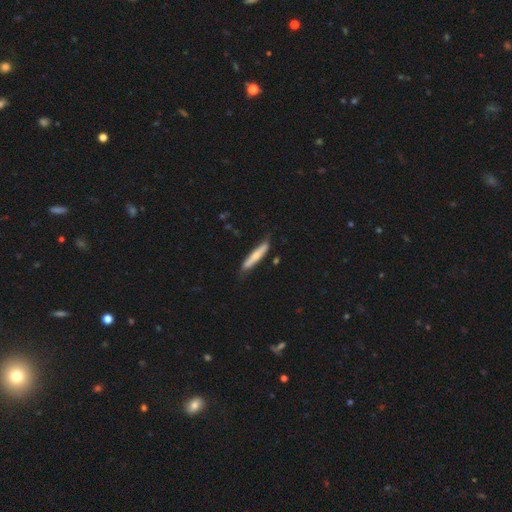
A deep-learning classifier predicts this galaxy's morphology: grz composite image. It shows a smooth galaxy with no disk features (60%) that is cigar-shaped (91%). Merging: none (78%).